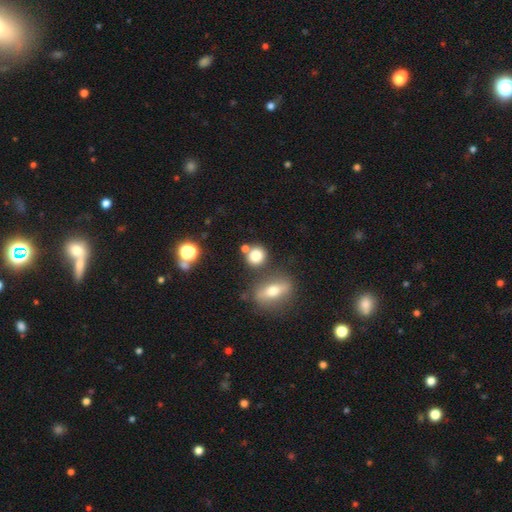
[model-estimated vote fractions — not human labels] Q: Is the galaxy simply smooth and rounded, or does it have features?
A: smooth — 79%.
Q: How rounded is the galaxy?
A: round — 82%.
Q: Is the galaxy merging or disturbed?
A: none — 68%.